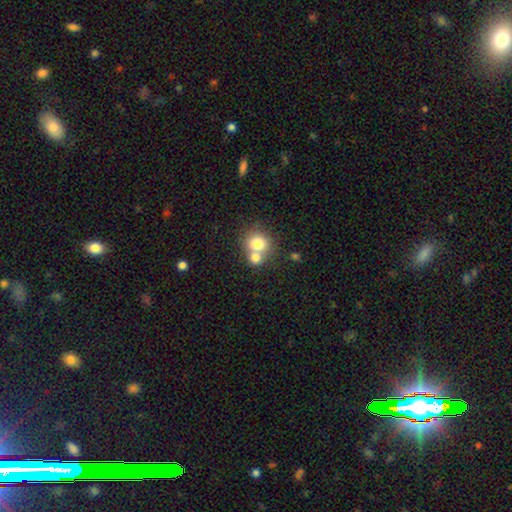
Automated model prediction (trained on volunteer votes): smooth_or_featured: smooth (p=0.74) [alt: featured or disk p=0.14]
how_rounded: round (p=0.78) [alt: in between p=0.21]
merging: merger (p=0.47) [alt: none p=0.42]